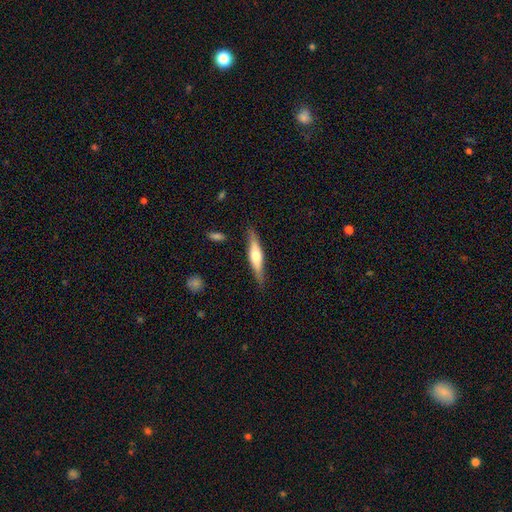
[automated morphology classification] This appears to be a featured or disk galaxy (57%) viewed edge-on (94%) with a rounded central bulge (90%). Merging: none (85%).